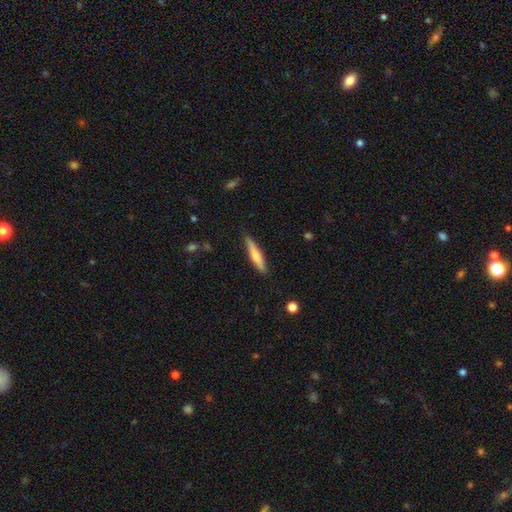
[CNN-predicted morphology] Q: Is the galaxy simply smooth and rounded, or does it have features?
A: smooth — 52%.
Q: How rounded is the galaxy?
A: cigar-shaped — 88%.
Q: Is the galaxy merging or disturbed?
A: none — 87%.